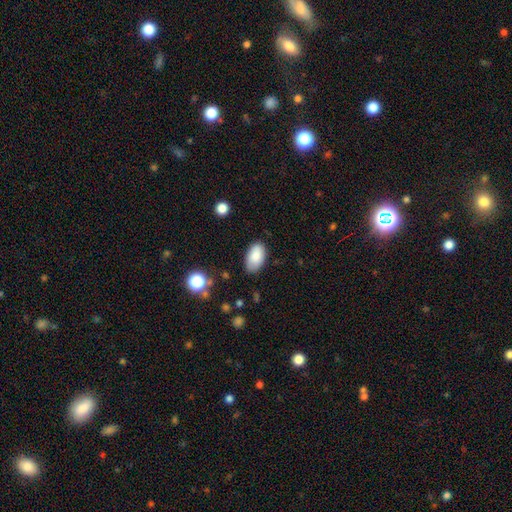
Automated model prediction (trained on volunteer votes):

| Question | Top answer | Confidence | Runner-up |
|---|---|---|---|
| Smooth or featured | smooth | 86% | featured or disk (7%) |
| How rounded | in between | 94% | round (4%) |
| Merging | none | 80% | minor disturbance (16%) |